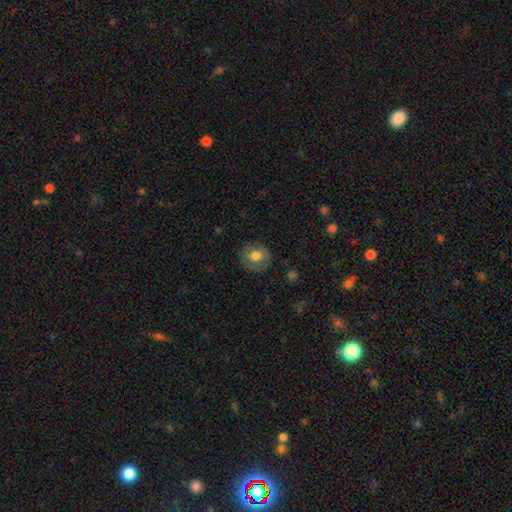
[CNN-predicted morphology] smooth 70%, featured or disk 22%, star or artifact 8%. Down the decision tree: how rounded — round (88%); merging — none (83%).